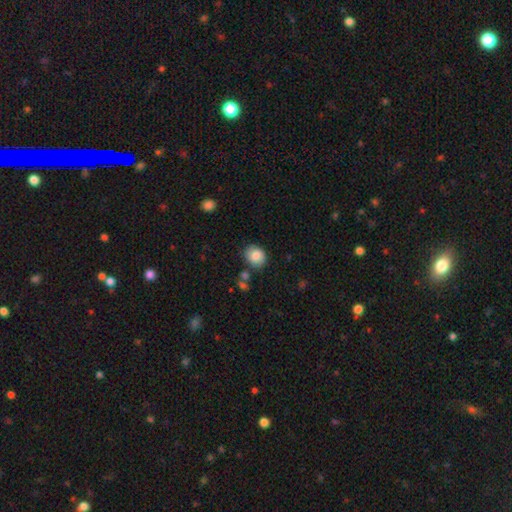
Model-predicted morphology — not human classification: Overall: smooth (81%). How rounded: round (67%; in between 32%). Merging: none (77%).